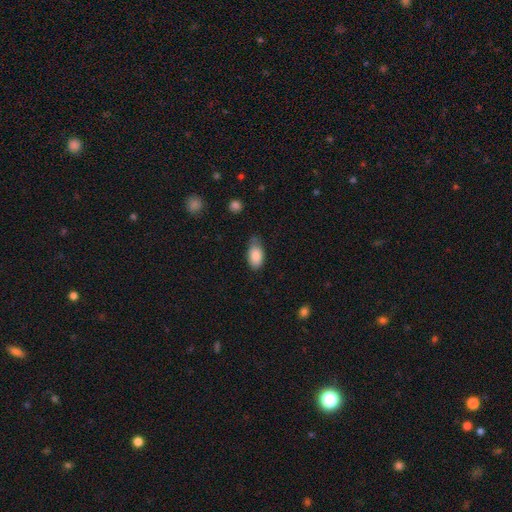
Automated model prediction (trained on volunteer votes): The model was most divided on "merging": none: 57%, minor disturbance: 34%, major disturbance: 7%, merger: 3%. More confident: how rounded — in between (93%); smooth or featured — smooth (86%).